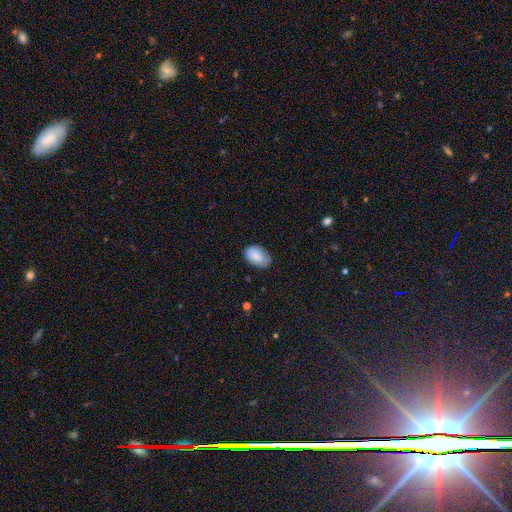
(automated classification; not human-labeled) smooth 85%, featured or disk 8%, star or artifact 7%. Down the decision tree: how rounded — in between (91%); merging — none (73%).